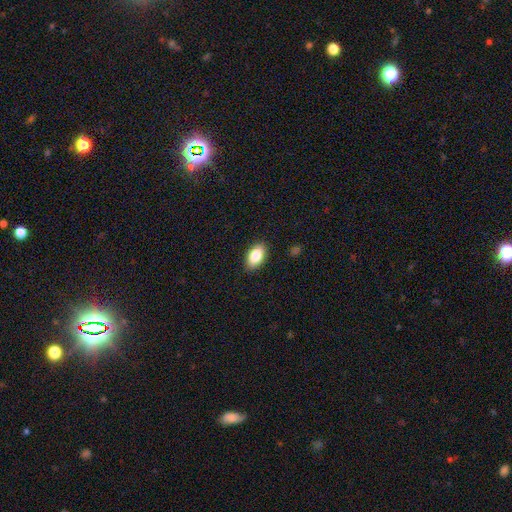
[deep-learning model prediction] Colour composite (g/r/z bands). It shows a smooth galaxy with no disk features (85%) that is in between round and cigar-shaped (93%). Merging: none (89%).